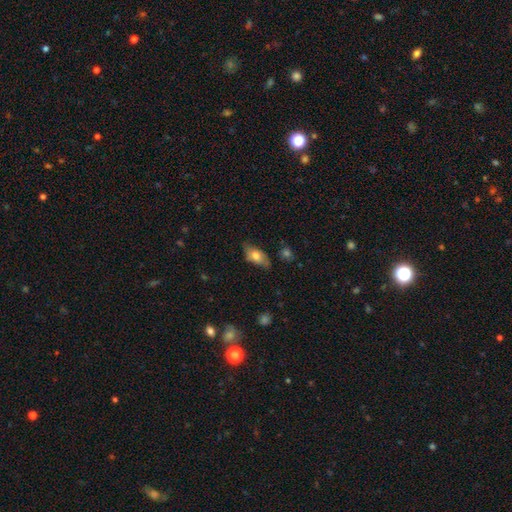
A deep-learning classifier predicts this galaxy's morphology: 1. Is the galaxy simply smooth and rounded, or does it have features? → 68% smooth, 25% featured or disk, 7% star or artifact.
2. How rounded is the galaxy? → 87% in between, 9% cigar-shaped, 4% round.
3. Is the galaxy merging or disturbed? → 72% none, 22% minor disturbance, 4% major disturbance, 2% merger.